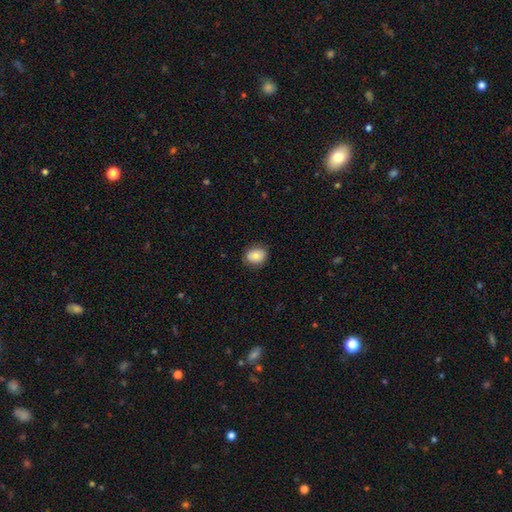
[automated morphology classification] Overall: smooth (79%). How rounded: round (51%; in between 48%). Merging: none (85%).